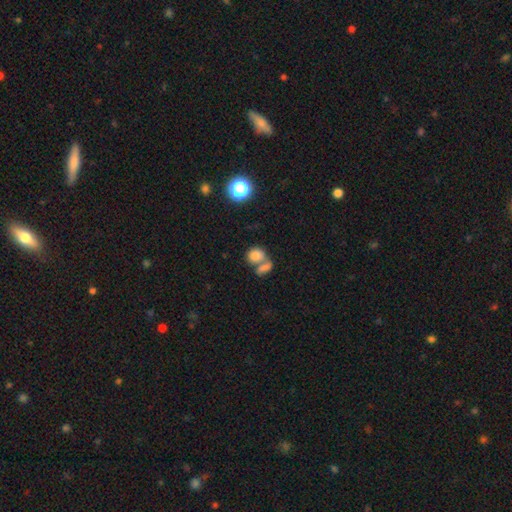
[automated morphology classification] smooth_or_featured: smooth (p=0.78) [alt: star or artifact p=0.11]
how_rounded: round (p=0.56) [alt: in between p=0.42]
merging: merger (p=0.56) [alt: none p=0.32]